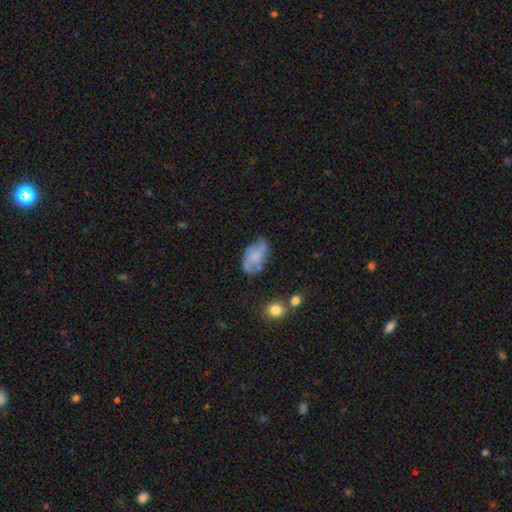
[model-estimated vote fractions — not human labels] Smooth or featured? featured or disk (47%)
Merging? none (53%)